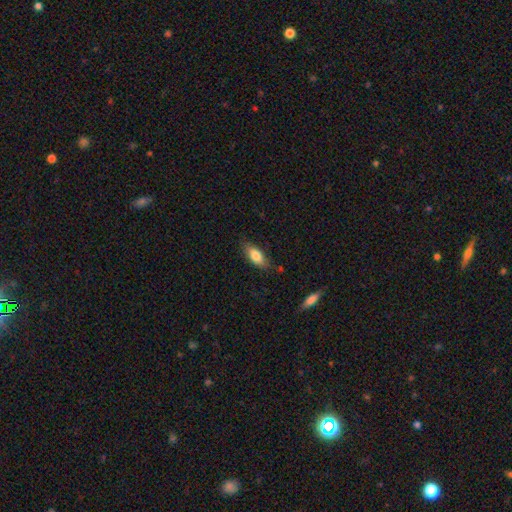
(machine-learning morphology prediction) smooth_or_featured: smooth (p=0.81) [alt: featured or disk p=0.13]
how_rounded: in between (p=0.81) [alt: cigar-shaped p=0.17]
merging: none (p=0.78) [alt: minor disturbance p=0.17]